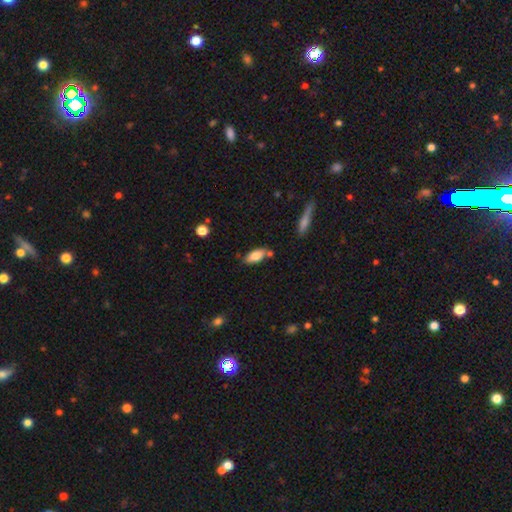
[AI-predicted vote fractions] Smooth or featured?
  - smooth: 80% *
  - featured or disk: 14%
  - star or artifact: 7%
How rounded?
  - in between: 85% *
  - cigar-shaped: 13%
  - round: 2%
Merging?
  - none: 71% *
  - minor disturbance: 15%
  - merger: 11%
  - major disturbance: 3%